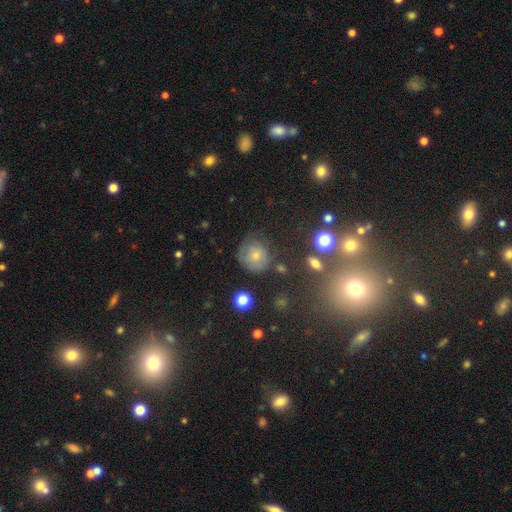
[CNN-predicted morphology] smooth-or-featured: smooth: 63% | featured or disk: 24% | star or artifact: 13%
  how-rounded: round: 85% | in between: 14% | cigar-shaped: 1%
  merging: none: 61% | minor disturbance: 23% | major disturbance: 12% | merger: 4%